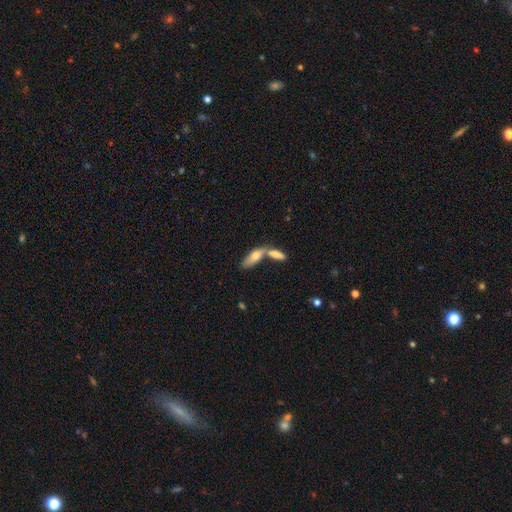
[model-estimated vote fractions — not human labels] Smooth or featured?
  - smooth: 68% *
  - featured or disk: 25%
  - star or artifact: 6%
How rounded?
  - in between: 62% *
  - cigar-shaped: 35%
  - round: 3%
Merging?
  - merger: 57% *
  - none: 31%
  - minor disturbance: 8%
  - major disturbance: 4%